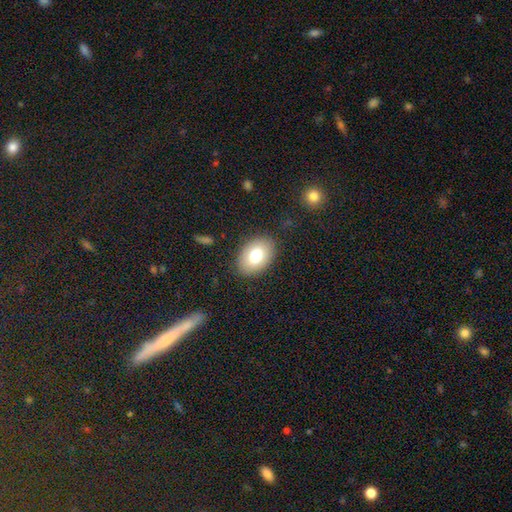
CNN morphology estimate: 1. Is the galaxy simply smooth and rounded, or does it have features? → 76% smooth, 16% featured or disk, 8% star or artifact.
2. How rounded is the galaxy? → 87% in between, 12% round, 1% cigar-shaped.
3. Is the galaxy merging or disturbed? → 86% none, 10% minor disturbance, 3% major disturbance, 1% merger.